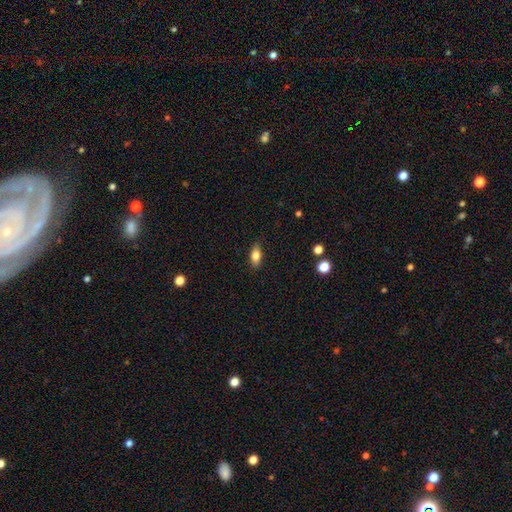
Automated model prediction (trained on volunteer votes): Smooth or featured? smooth (79%)
How rounded? in between (84%)
Merging? none (87%)